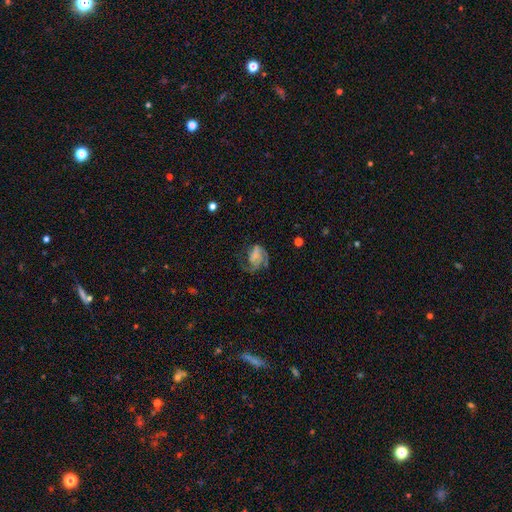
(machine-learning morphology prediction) featured or disk 62%, smooth 28%, star or artifact 10%. Down the decision tree: edge-on disk — no (98%); bar — no (60%); spiral arms — yes (84%); spiral arm count — 1 (39%); spiral winding — medium (40%); bulge size — none (57%); merging — major disturbance (40%).